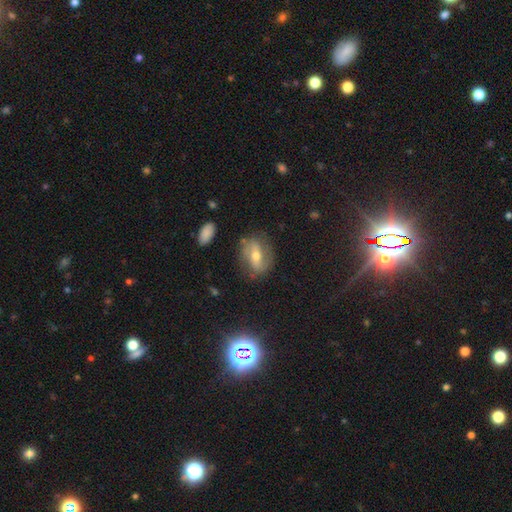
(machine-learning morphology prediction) featured or disk 57%, smooth 32%, star or artifact 11%. Down the decision tree: edge-on disk — no (90%); bar — strong (39%); spiral arms — yes (70%); bulge size — moderate (66%); merging — none (74%).